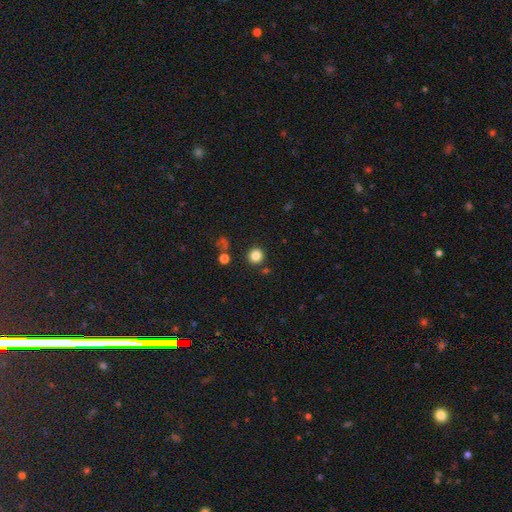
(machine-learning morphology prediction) This is clearly a smooth galaxy (83%). How rounded: clearly round (93%). Merging: clearly none (87%).